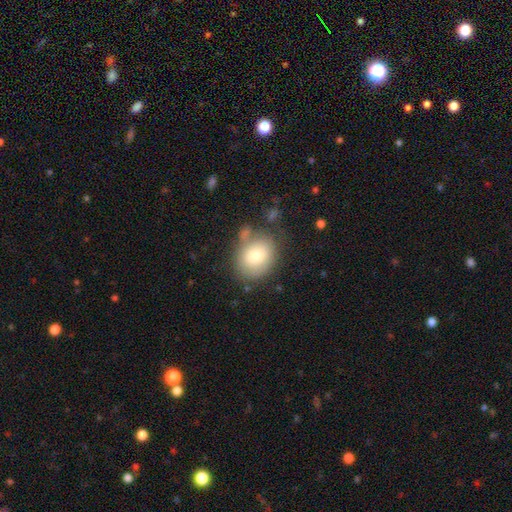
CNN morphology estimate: type=smooth (73%); roundness=round (53%); merging=none (60%).